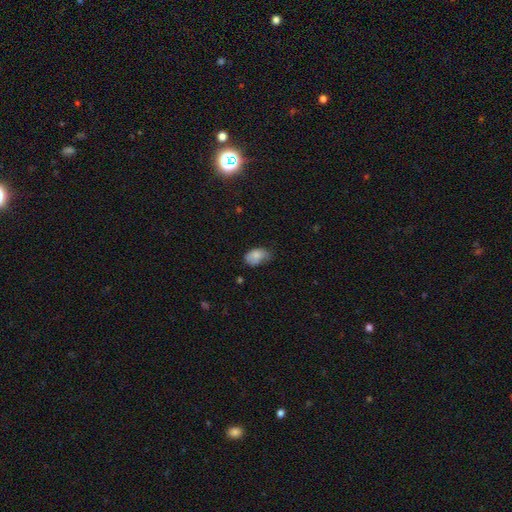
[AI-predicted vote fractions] smooth 80%, featured or disk 12%, star or artifact 8%. Down the decision tree: how rounded — in between (89%); merging — minor disturbance (43%).